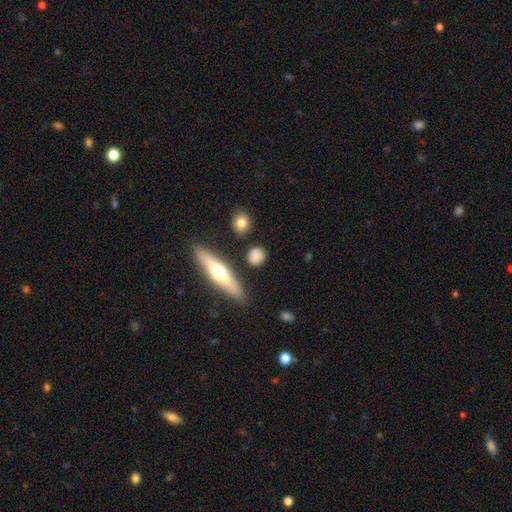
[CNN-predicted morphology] smooth 75%, featured or disk 16%, star or artifact 8%. Down the decision tree: how rounded — round (63%); merging — none (82%).